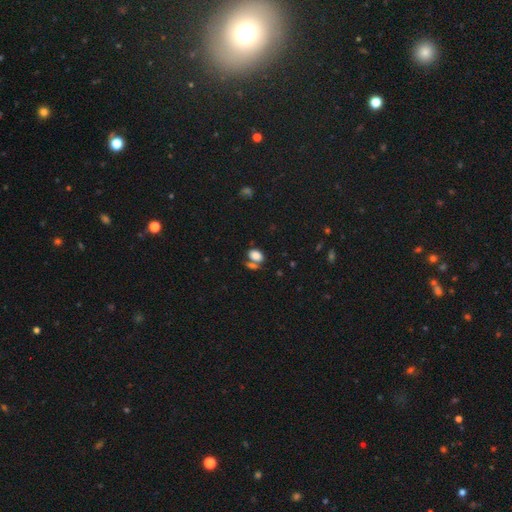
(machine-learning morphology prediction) Smooth or featured?
  - smooth: 83% *
  - star or artifact: 11%
  - featured or disk: 7%
How rounded?
  - in between: 83% *
  - round: 15%
  - cigar-shaped: 2%
Merging?
  - none: 49% *
  - merger: 34%
  - minor disturbance: 12%
  - major disturbance: 5%